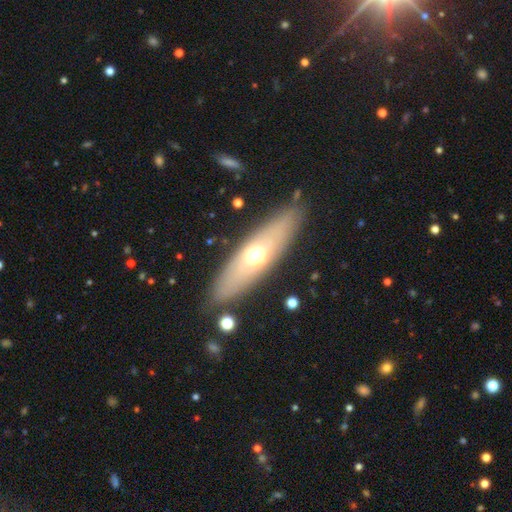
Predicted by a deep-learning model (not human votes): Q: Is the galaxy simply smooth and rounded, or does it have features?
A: smooth — 47%.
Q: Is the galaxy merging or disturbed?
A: none — 84%.